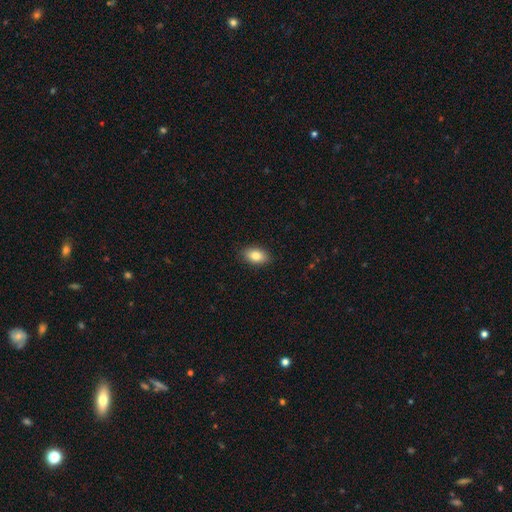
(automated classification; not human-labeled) Morphology: type=smooth (83%); roundness=in between (90%); merging=none (89%).